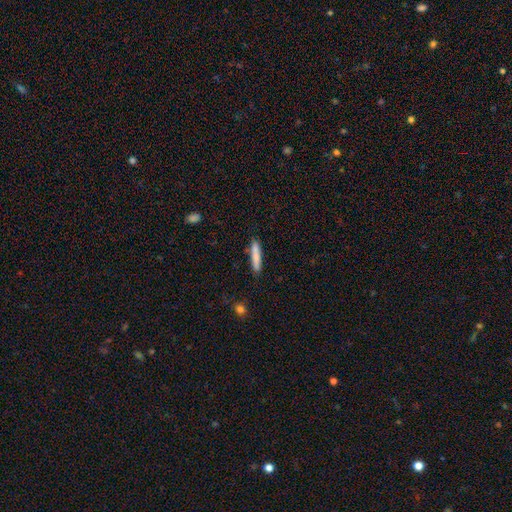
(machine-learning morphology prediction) Overall: smooth (80%). How rounded: cigar-shaped (90%). Merging: none (84%).